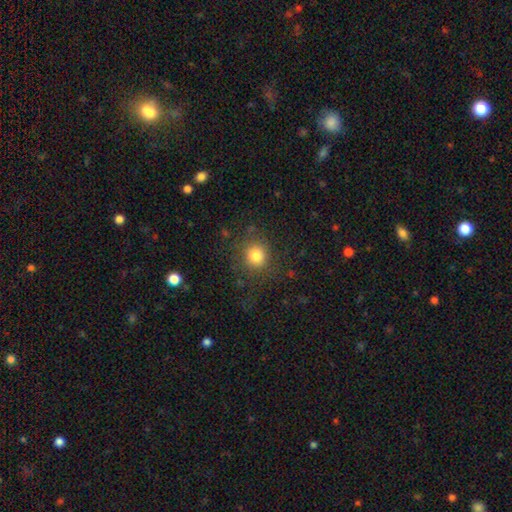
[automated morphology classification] A smooth galaxy with no disk features (80%) that is round (88%).

Vote fractions:
- Smooth or featured? smooth: 80% / star or artifact: 13% / featured or disk: 7%
- How rounded? round: 88% / in between: 11% / cigar-shaped: 1%
- Merging? none: 83% / minor disturbance: 10% / major disturbance: 6% / merger: 2%